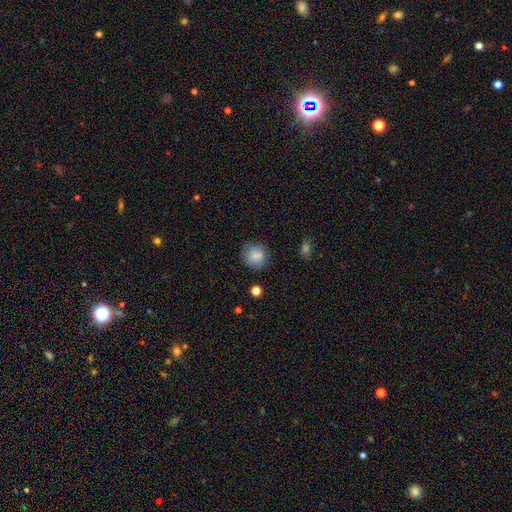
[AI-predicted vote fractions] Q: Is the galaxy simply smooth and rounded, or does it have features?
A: smooth — 86%.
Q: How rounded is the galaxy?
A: round — 87%.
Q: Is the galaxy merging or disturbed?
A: none — 81%.